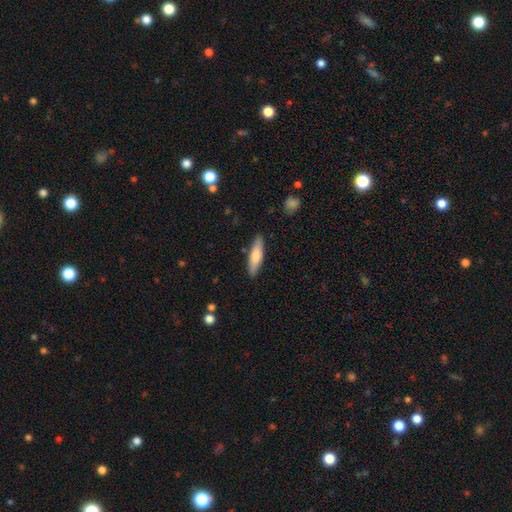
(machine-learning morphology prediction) A smooth galaxy with no disk features (69%) that is cigar-shaped (68%).

Vote fractions:
- Smooth or featured? smooth: 69% / featured or disk: 25% / star or artifact: 6%
- How rounded? cigar-shaped: 68% / in between: 30% / round: 2%
- Merging? none: 88% / minor disturbance: 9% / major disturbance: 2% / merger: 2%